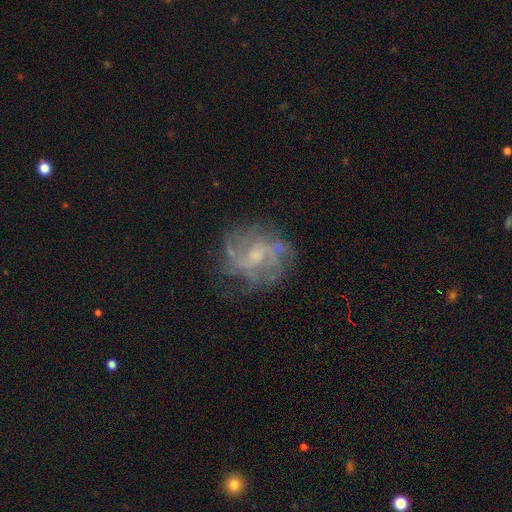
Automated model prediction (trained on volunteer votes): Overall: featured or disk (78%). Edge-on disk: no (97%). Bar: no (49%; weak 43%). Spiral arms: yes (84%). Spiral arm count: can't tell (36%; 2 29%). Spiral winding: medium (45%; tight 33%). Bulge size: small (46%; moderate 38%). Merging: none (67%).